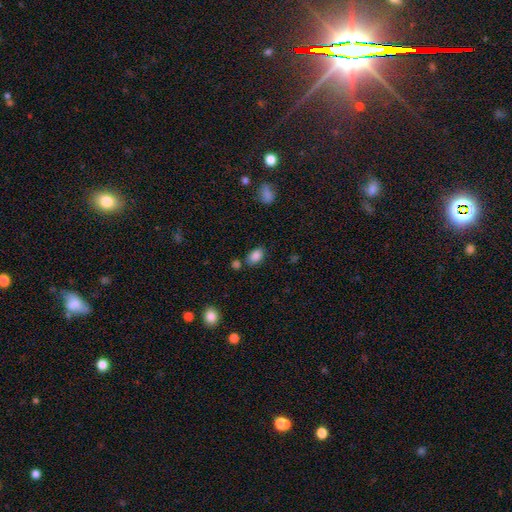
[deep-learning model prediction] Morphology: type=smooth (86%); roundness=in between (87%); merging=none (72%).